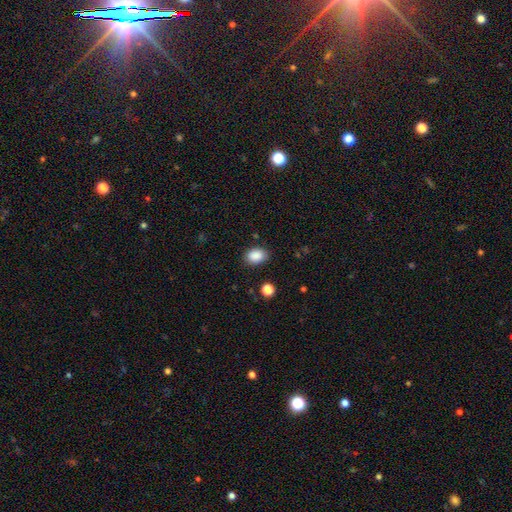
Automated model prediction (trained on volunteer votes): Smooth or featured? smooth (88%)
How rounded? in between (78%)
Merging? none (84%)